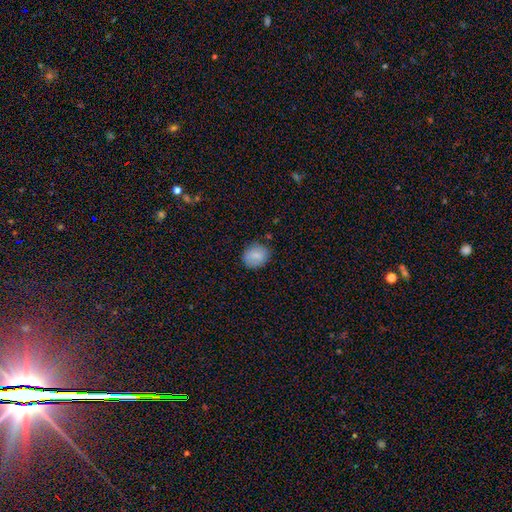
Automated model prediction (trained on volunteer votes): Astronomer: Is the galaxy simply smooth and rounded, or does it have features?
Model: smooth — 81%.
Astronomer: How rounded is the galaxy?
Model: round — 63%.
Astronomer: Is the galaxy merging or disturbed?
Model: none — 83%.